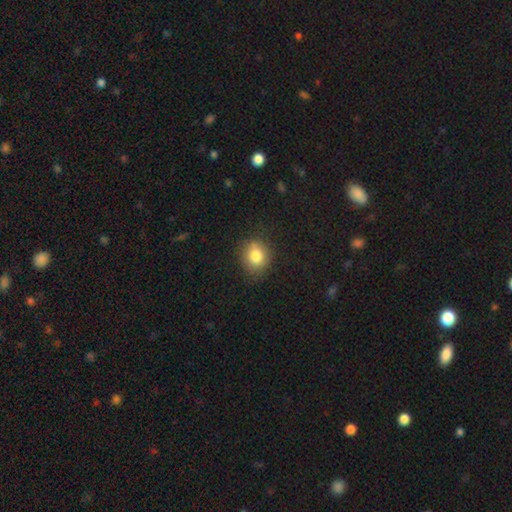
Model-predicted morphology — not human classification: A smooth galaxy with no disk features (81%) that is round (69%). Merging: none (78%).